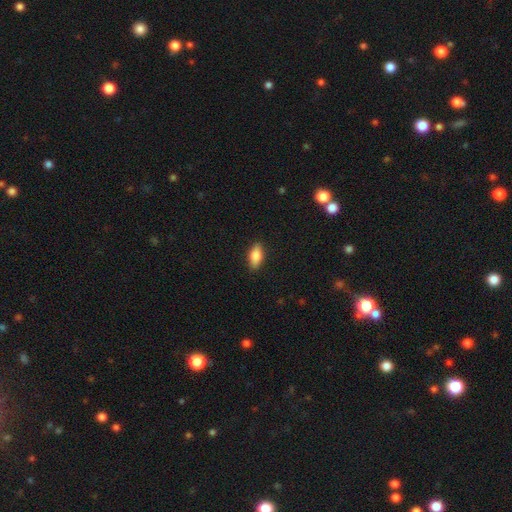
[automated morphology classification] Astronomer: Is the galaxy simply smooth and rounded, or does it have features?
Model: smooth — 82%.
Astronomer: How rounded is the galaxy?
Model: in between — 85%.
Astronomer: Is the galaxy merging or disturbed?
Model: none — 87%.